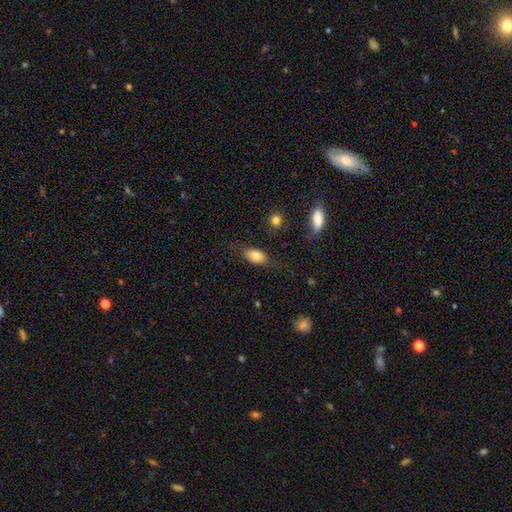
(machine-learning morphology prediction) type=smooth (78%); roundness=in between (87%); merging=none (73%).